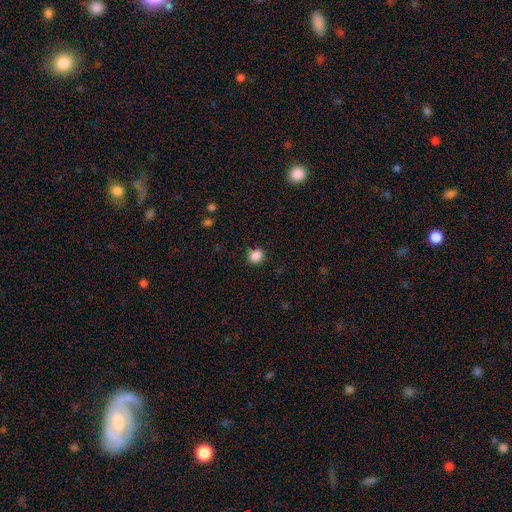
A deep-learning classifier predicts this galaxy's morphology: smooth 87%, star or artifact 10%, featured or disk 3%. Down the decision tree: how rounded — round (78%); merging — none (90%).